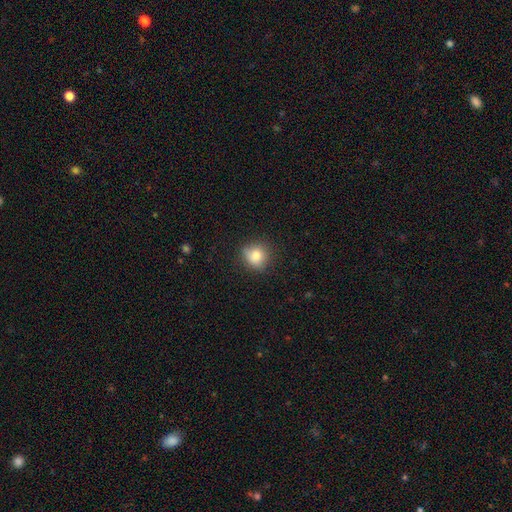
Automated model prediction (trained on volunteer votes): Smooth or featured? Predicted: smooth (p=0.80). How rounded? Predicted: round (p=0.83). Merging? Predicted: none (p=0.77).